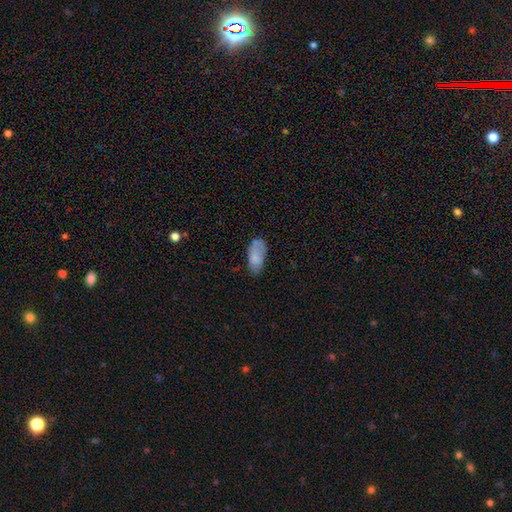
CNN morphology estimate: Smooth or featured? Predicted: smooth (p=0.79). How rounded? Predicted: in between (p=0.91). Merging? Predicted: none (p=0.59).